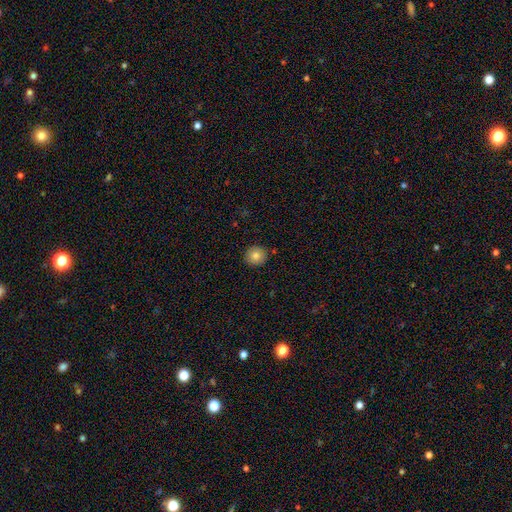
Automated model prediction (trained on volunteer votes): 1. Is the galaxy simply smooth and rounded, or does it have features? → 81% smooth, 10% featured or disk, 9% star or artifact.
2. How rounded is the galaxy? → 92% round, 7% in between, 1% cigar-shaped.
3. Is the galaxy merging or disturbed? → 90% none, 7% minor disturbance, 2% merger, 2% major disturbance.